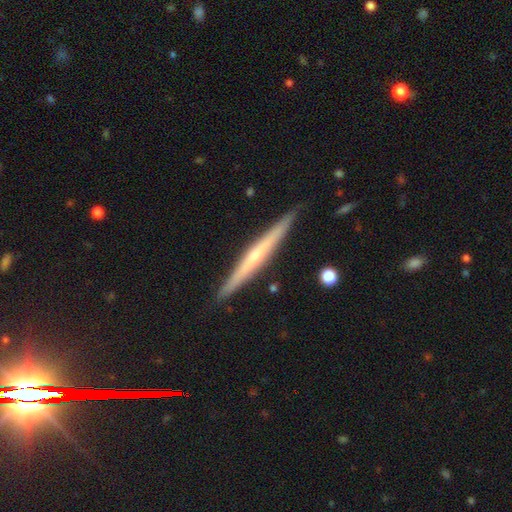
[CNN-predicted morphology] This appears to be a featured or disk galaxy (64%) viewed edge-on (97%) with no central bulge (50%). Merging: none (91%).